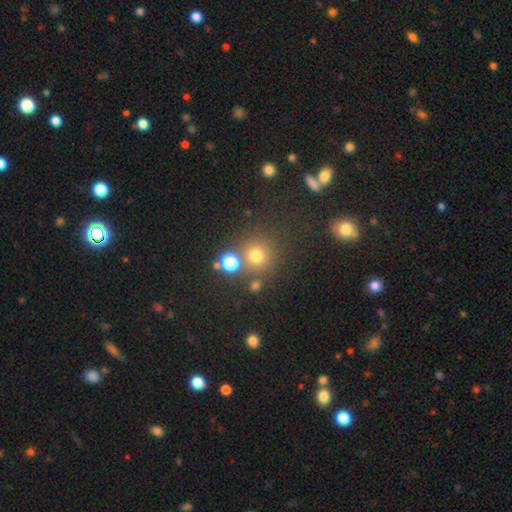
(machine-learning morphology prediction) Overall: smooth (70%). How rounded: round (92%). Merging: none (76%).